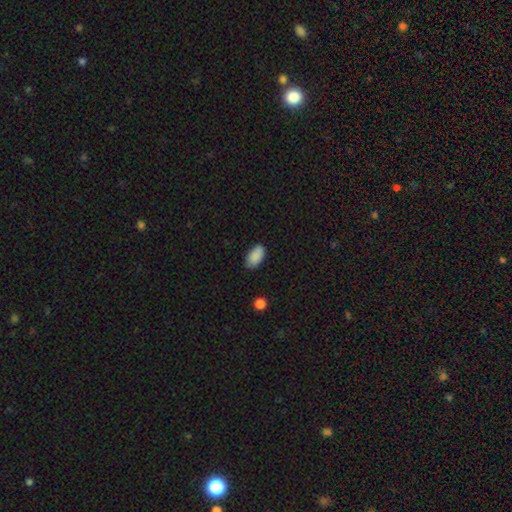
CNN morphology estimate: smooth-or-featured: smooth: 90% | star or artifact: 7% | featured or disk: 3%
  how-rounded: in between: 94% | round: 3% | cigar-shaped: 2%
  merging: none: 84% | minor disturbance: 12% | major disturbance: 2% | merger: 1%